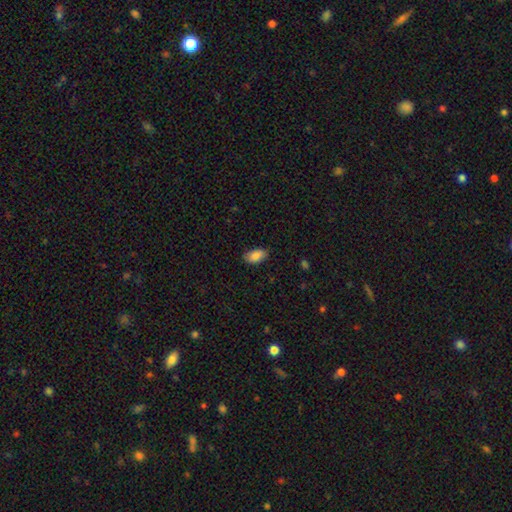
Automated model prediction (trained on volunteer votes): This appears to be a smooth galaxy with no disk features (87%) that is in between round and cigar-shaped (94%). Merging: none (83%).